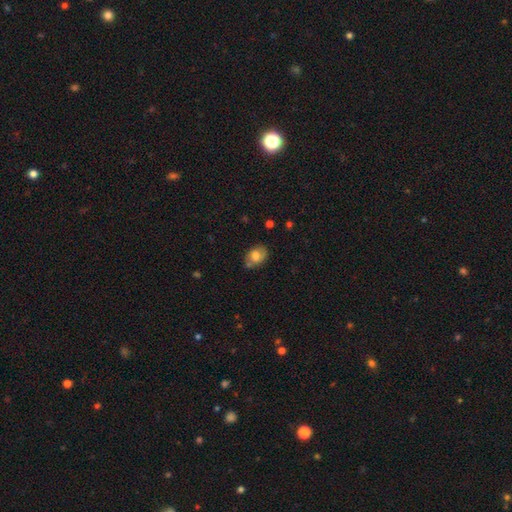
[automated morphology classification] smooth_or_featured: smooth (p=0.68) [alt: featured or disk p=0.23]
how_rounded: in between (p=0.71) [alt: round p=0.28]
merging: none (p=0.69) [alt: minor disturbance p=0.20]